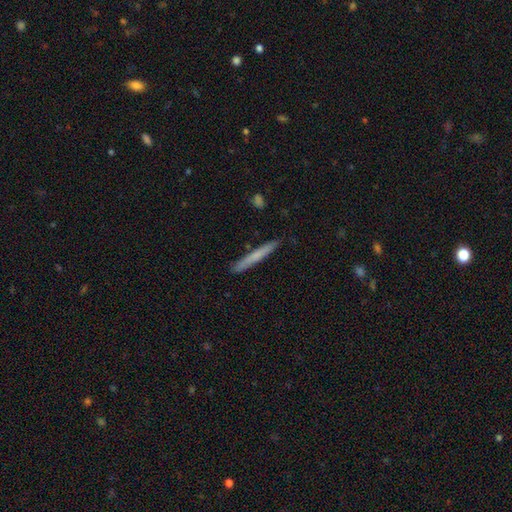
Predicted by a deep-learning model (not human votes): A smooth galaxy with no disk features (64%) that is cigar-shaped (97%).

Vote fractions:
- Smooth or featured? smooth: 64% / featured or disk: 31% / star or artifact: 6%
- How rounded? cigar-shaped: 97% / in between: 2% / round: 1%
- Merging? none: 89% / minor disturbance: 8% / major disturbance: 1% / merger: 1%